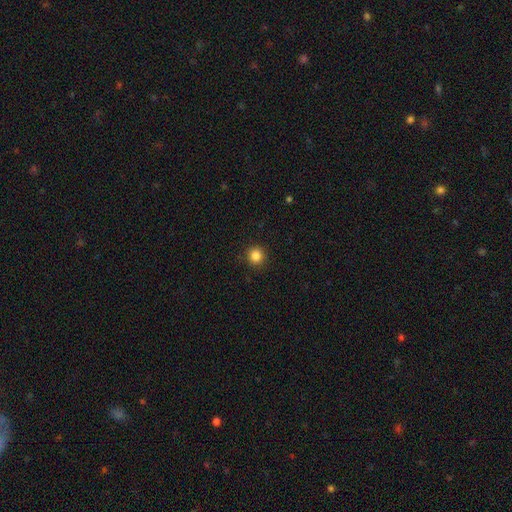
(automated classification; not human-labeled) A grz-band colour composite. It shows a smooth galaxy with no disk features (85%) that is round (94%). Merging: none (92%).